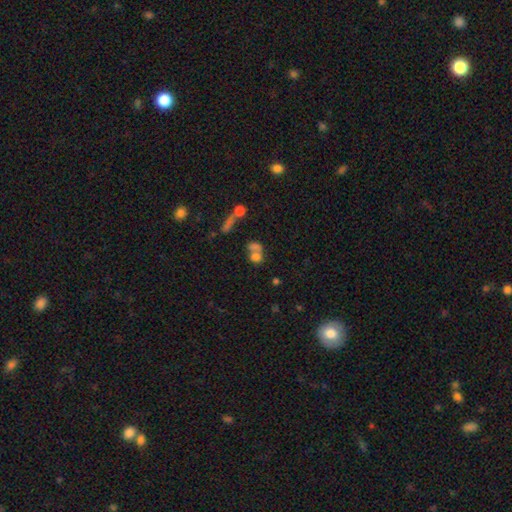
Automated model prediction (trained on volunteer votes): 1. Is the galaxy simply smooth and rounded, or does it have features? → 66% smooth, 19% featured or disk, 15% star or artifact.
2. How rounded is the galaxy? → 52% round, 45% in between, 3% cigar-shaped.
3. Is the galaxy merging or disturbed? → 57% merger, 27% none, 8% minor disturbance, 8% major disturbance.